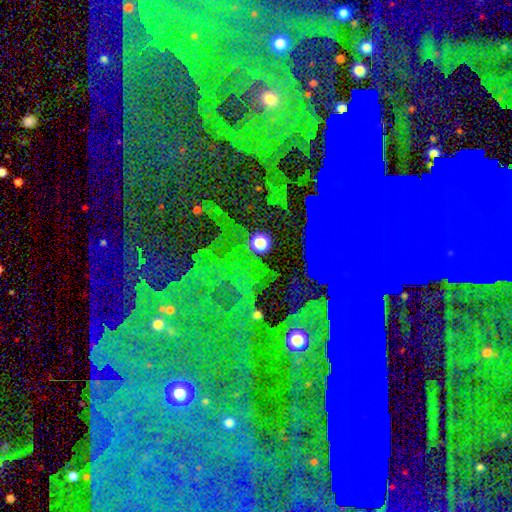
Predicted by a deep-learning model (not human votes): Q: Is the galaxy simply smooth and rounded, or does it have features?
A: star or artifact — 83%.